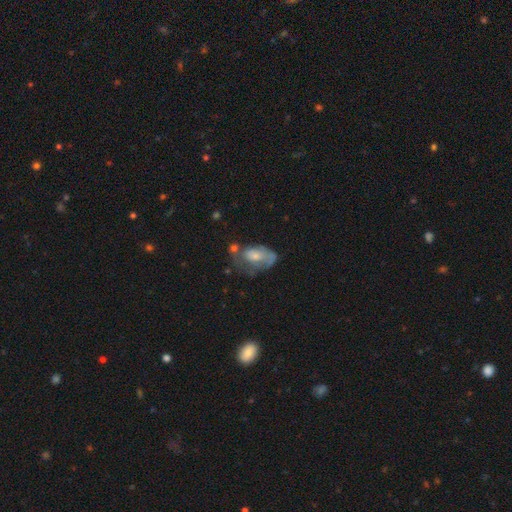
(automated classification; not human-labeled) Smooth or featured: smooth — 47% (featured or disk — 45%)
Merging: major disturbance — 31% (none — 29%)